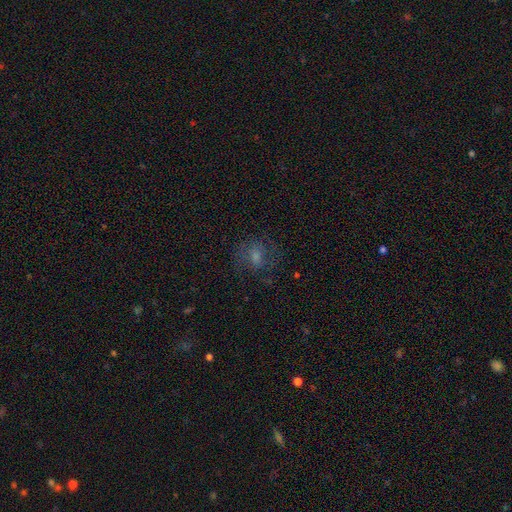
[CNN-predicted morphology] The model was most divided on "smooth or featured": smooth: 38%, featured or disk: 37%, star or artifact: 25%. More confident: merging — none (72%).